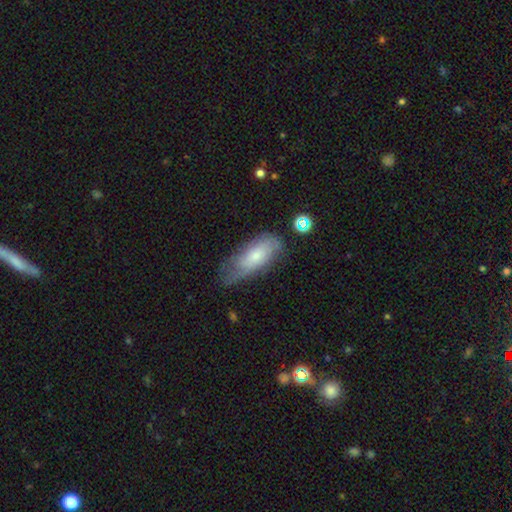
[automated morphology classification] Q: Smooth or featured?
A: smooth (54%); runner-up: featured or disk (39%)
Q: How rounded?
A: in between (77%); runner-up: cigar-shaped (20%)
Q: Merging?
A: none (51%); runner-up: minor disturbance (33%)